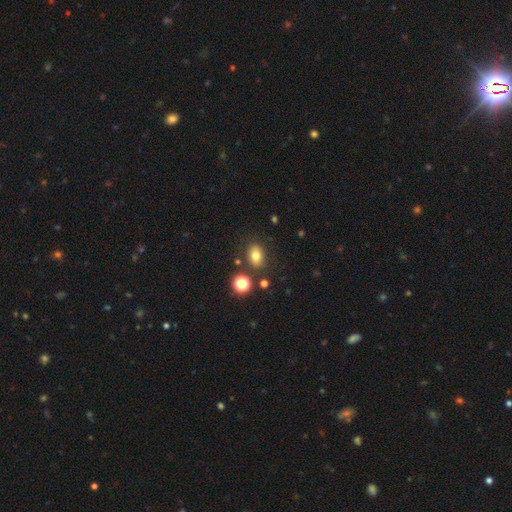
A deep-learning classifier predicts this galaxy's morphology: smooth 78%, star or artifact 13%, featured or disk 9%. Down the decision tree: how rounded — in between (71%); merging — none (80%).